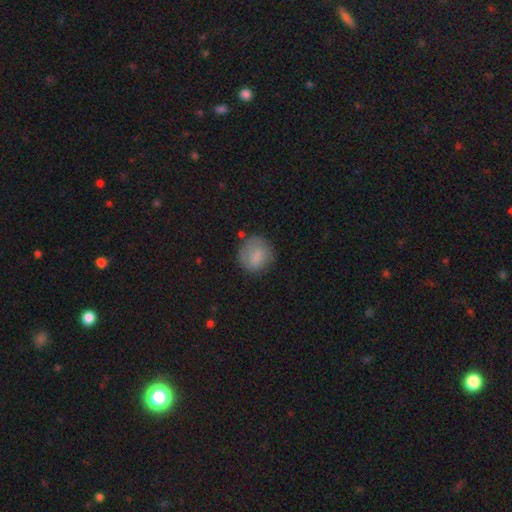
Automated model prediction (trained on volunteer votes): smooth 77%, featured or disk 15%, star or artifact 8%. Down the decision tree: how rounded — round (82%); merging — none (67%).